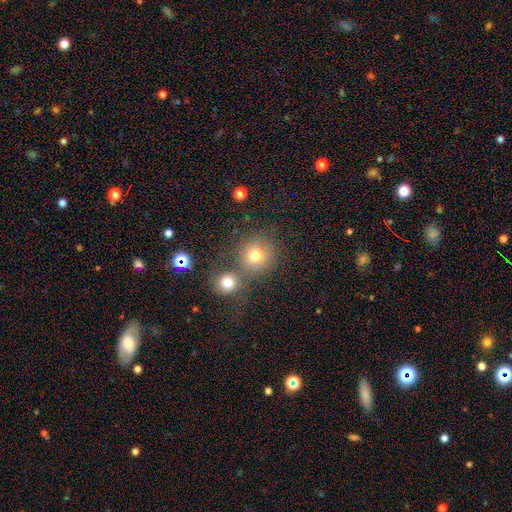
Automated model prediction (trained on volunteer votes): The model was most divided on "merging": none: 57%, merger: 30%, minor disturbance: 9%, major disturbance: 5%. More confident: how rounded — round (89%); smooth or featured — smooth (75%).